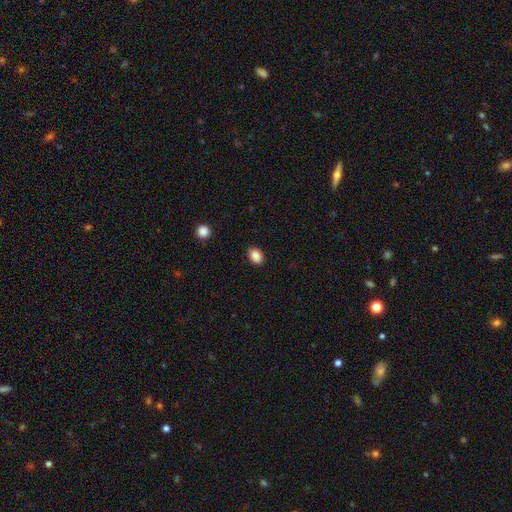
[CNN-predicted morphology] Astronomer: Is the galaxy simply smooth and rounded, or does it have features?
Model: smooth — 87%.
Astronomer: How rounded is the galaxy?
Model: in between — 72%.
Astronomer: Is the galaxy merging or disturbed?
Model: none — 89%.